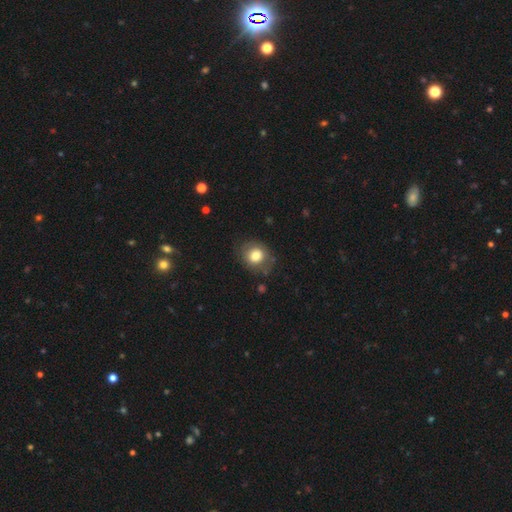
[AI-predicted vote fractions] Smooth or featured? smooth (77%)
How rounded? round (75%)
Merging? none (75%)